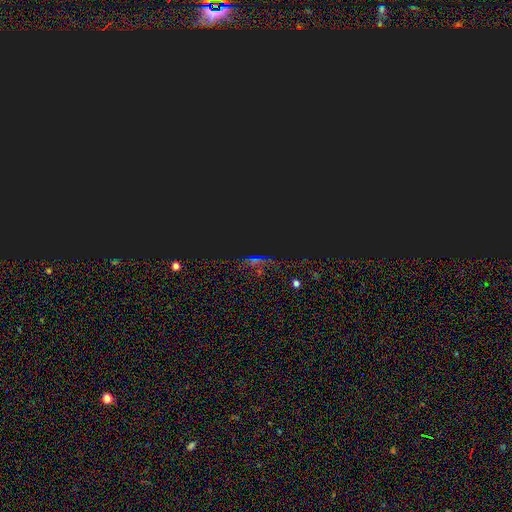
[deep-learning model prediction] This is likely a star or artifact rather than a galaxy (72%).